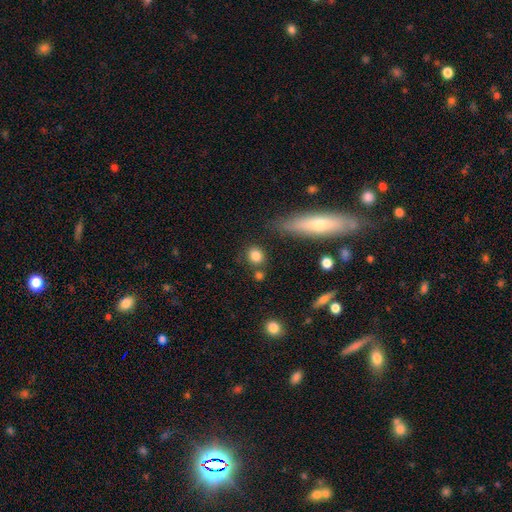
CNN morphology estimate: Smooth or featured? Predicted: smooth (p=0.82). How rounded? Predicted: round (p=0.75). Merging? Predicted: none (p=0.77).